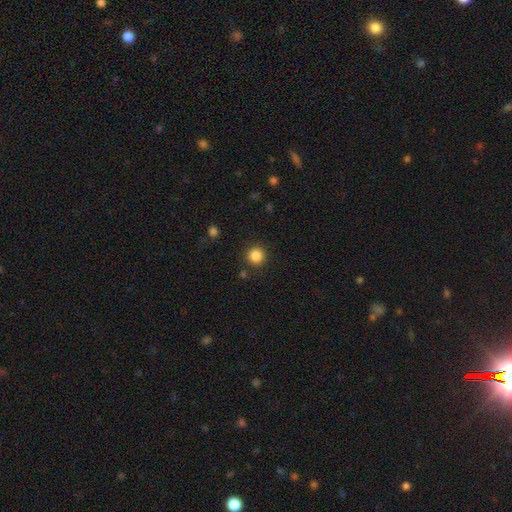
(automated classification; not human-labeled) Overall: smooth (85%). How rounded: round (95%). Merging: none (90%).